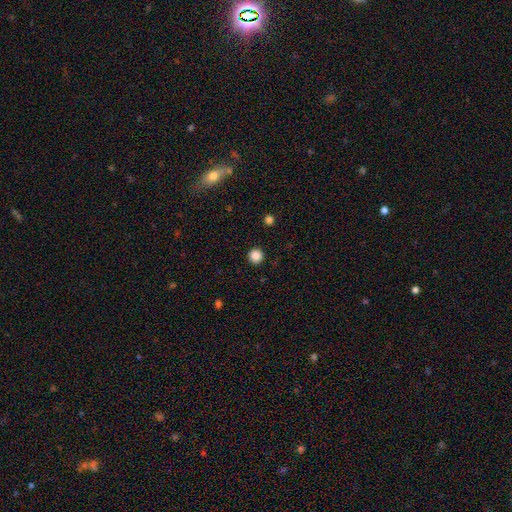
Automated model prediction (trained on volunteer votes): smooth_or_featured: smooth (p=0.87) [alt: star or artifact p=0.11]
how_rounded: round (p=0.96) [alt: in between p=0.03]
merging: none (p=0.93) [alt: minor disturbance p=0.04]